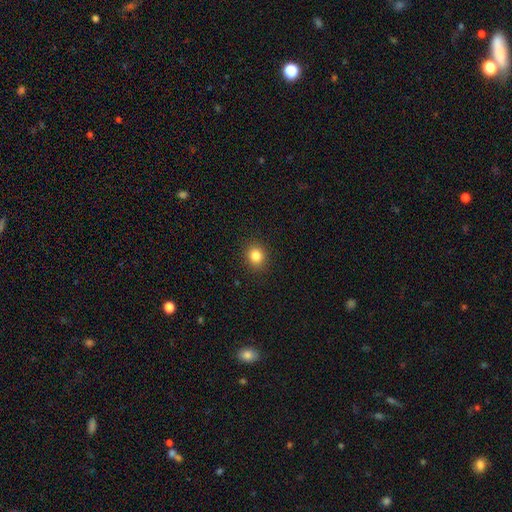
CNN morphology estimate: smooth 84%, star or artifact 11%, featured or disk 5%. Down the decision tree: how rounded — round (75%); merging — none (90%).